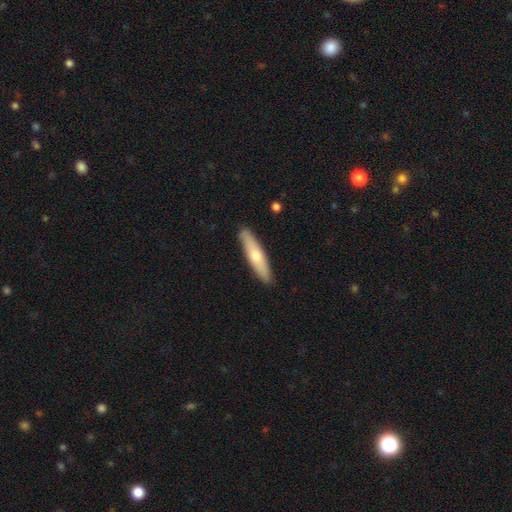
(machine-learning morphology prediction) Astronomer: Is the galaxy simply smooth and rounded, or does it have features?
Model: smooth — 58% (runner-up: featured or disk, 37%).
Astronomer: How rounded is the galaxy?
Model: cigar-shaped — 79%.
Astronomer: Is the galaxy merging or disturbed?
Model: none — 90%.